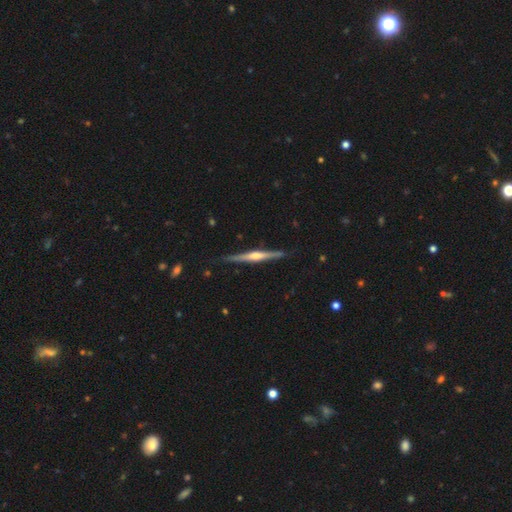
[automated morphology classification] This is likely a featured or disk galaxy (77%). It is clearly viewed edge-on (98%). Edge-on bulge: likely rounded (80%). Merging: clearly none (86%).